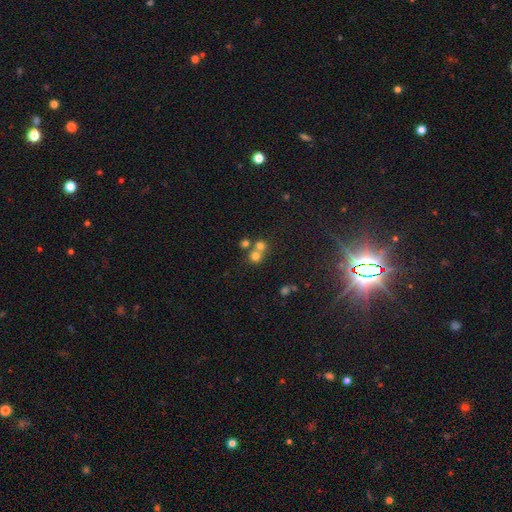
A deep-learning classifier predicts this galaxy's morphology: Smooth or featured?
  - smooth: 69% *
  - star or artifact: 18%
  - featured or disk: 13%
How rounded?
  - round: 88% *
  - in between: 11%
  - cigar-shaped: 1%
Merging?
  - merger: 47% *
  - none: 45%
  - minor disturbance: 5%
  - major disturbance: 3%